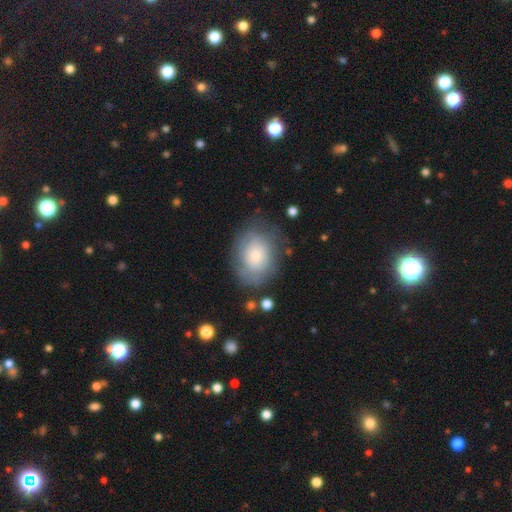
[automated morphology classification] type=smooth (60%); roundness=in between (56%); merging=none (65%).